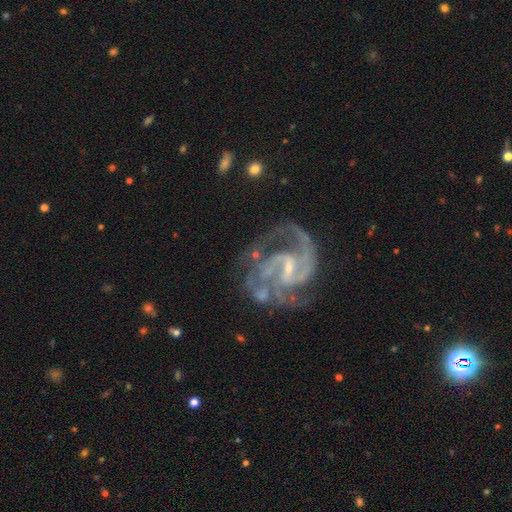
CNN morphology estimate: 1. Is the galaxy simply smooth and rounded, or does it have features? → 92% featured or disk, 5% star or artifact, 3% smooth.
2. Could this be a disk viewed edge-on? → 98% no, 2% yes.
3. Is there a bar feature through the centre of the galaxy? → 55% weak, 30% strong, 15% no.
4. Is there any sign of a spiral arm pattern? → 98% yes, 2% no.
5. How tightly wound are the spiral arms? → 57% medium, 30% tight, 12% loose.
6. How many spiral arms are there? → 60% 2, 20% 3, 7% can't tell, 4% 4, 4% 1, 4% more than 4.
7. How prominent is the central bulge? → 63% small, 18% none, 17% moderate, 1% large, 1% dominant.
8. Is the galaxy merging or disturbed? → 60% none, 19% minor disturbance, 16% major disturbance, 5% merger.